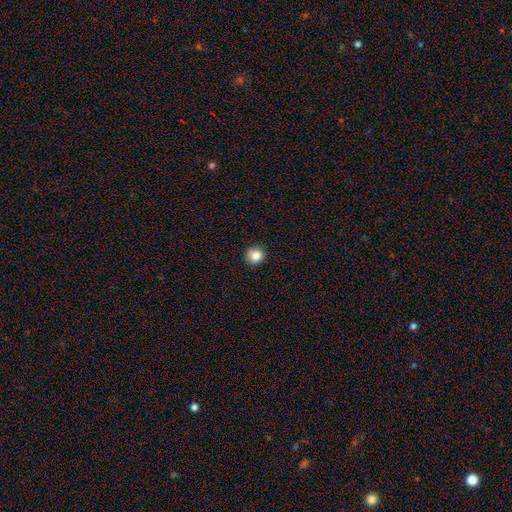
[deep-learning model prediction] A smooth galaxy with no disk features (85%) that is round (94%). Merging: none (92%).